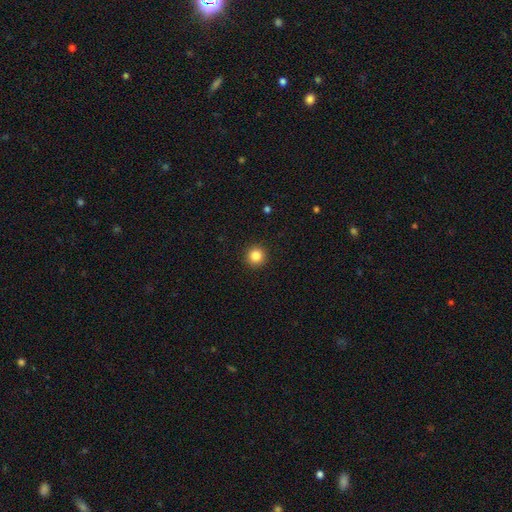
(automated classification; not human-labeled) smooth_or_featured: smooth (p=0.85) [alt: star or artifact p=0.11]
how_rounded: round (p=0.95) [alt: in between p=0.04]
merging: none (p=0.93) [alt: minor disturbance p=0.05]